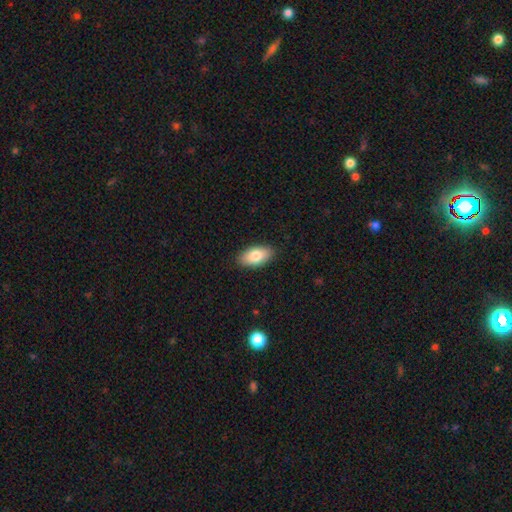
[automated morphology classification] A smooth galaxy with no disk features (80%) that is in between round and cigar-shaped (93%).

Vote fractions:
- Smooth or featured? smooth: 80% / featured or disk: 13% / star or artifact: 7%
- How rounded? in between: 93% / cigar-shaped: 4% / round: 3%
- Merging? none: 89% / minor disturbance: 8% / major disturbance: 2% / merger: 1%